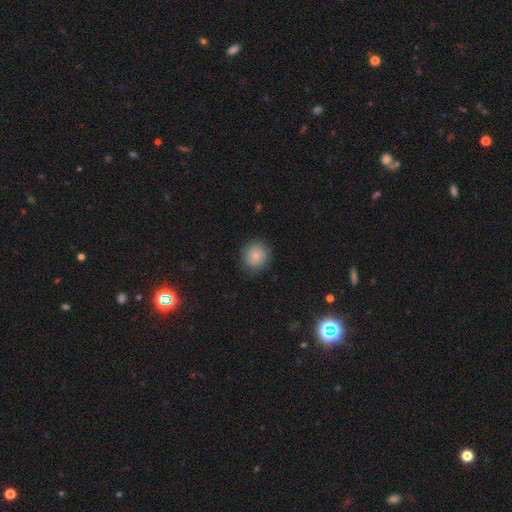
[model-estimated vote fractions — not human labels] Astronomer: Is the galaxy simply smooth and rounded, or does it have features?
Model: smooth — 83%.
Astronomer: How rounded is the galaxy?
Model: round — 88%.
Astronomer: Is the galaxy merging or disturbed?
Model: none — 84%.